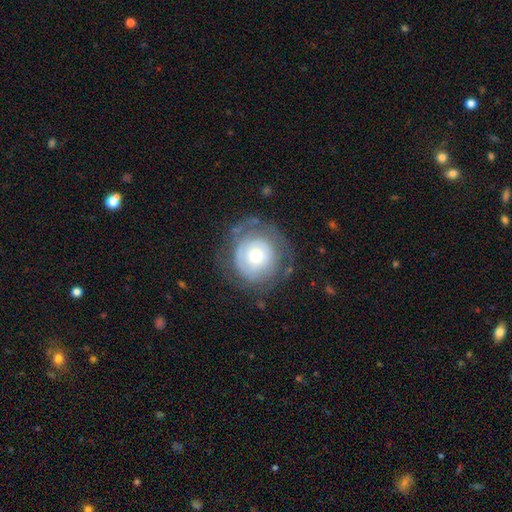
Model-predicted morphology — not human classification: Smooth or featured: featured or disk — 54% (smooth — 39%)
Edge-on disk: no — 96% (yes — 4%)
Bar: no — 85% (weak — 12%)
Spiral arms: no — 51% (yes — 49%)
Bulge size: moderate — 62% (small — 26%)
Merging: none — 66% (minor disturbance — 19%)